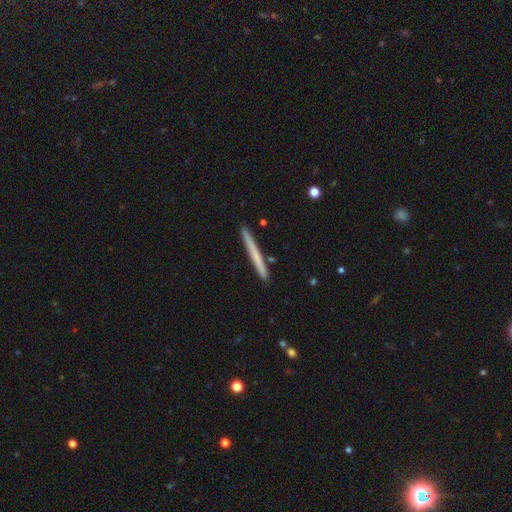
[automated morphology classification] smooth-or-featured: smooth: 59% | featured or disk: 35% | star or artifact: 6%
  how-rounded: cigar-shaped: 97% | in between: 1% | round: 1%
  merging: none: 91% | minor disturbance: 6% | merger: 2% | major disturbance: 1%